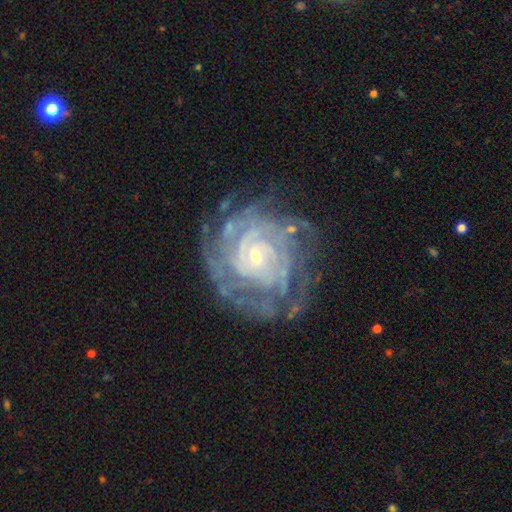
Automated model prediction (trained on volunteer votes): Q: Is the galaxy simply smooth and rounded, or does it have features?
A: featured or disk — 88%.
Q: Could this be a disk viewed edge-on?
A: no — 97%.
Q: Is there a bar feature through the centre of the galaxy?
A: no — 69%.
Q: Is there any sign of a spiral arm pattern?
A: yes — 95%.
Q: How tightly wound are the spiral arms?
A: tight — 80%.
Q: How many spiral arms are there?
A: can't tell — 37%.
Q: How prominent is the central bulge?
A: small — 76%.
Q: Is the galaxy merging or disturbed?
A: none — 69%.